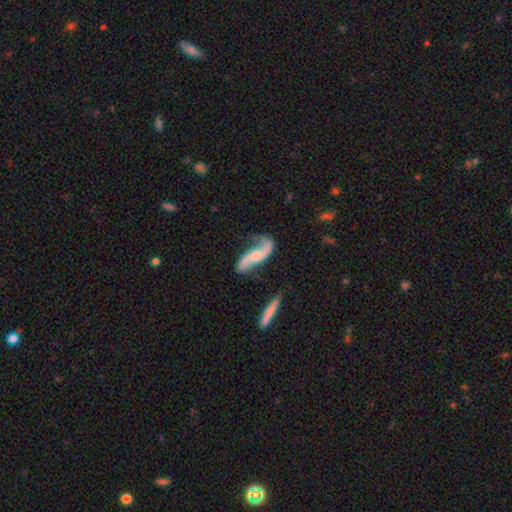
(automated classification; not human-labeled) Q: Smooth or featured?
A: featured or disk (82%); runner-up: smooth (12%)
Q: Edge-on disk?
A: no (91%); runner-up: yes (9%)
Q: Bar?
A: no (54%); runner-up: weak (34%)
Q: Spiral arms?
A: yes (94%); runner-up: no (6%)
Q: Spiral winding?
A: loose (82%); runner-up: medium (14%)
Q: Spiral arm count?
A: 2 (89%); runner-up: 1 (5%)
Q: Bulge size?
A: moderate (42%); runner-up: small (36%)
Q: Merging?
A: none (58%); runner-up: minor disturbance (21%)